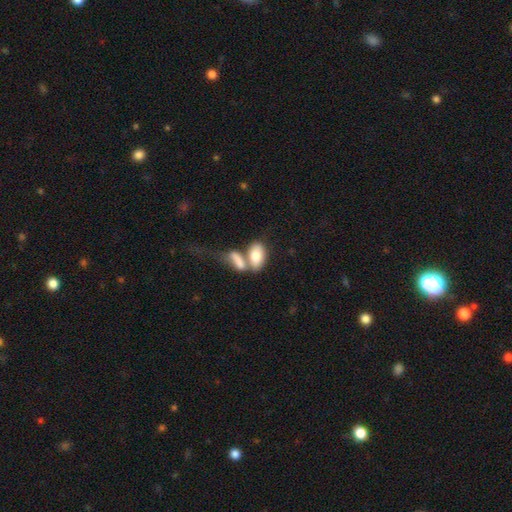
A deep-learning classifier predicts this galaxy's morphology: smooth_or_featured: smooth (p=0.76) [alt: featured or disk p=0.17]
how_rounded: in between (p=0.90) [alt: round p=0.06]
merging: merger (p=0.59) [alt: none p=0.23]